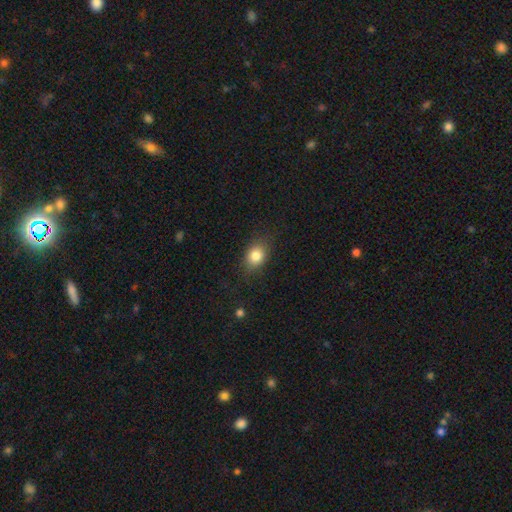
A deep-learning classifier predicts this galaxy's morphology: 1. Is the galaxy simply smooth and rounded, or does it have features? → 82% smooth, 10% star or artifact, 8% featured or disk.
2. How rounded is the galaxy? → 60% in between, 38% round, 2% cigar-shaped.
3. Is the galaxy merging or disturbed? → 81% none, 14% minor disturbance, 4% major disturbance, 1% merger.